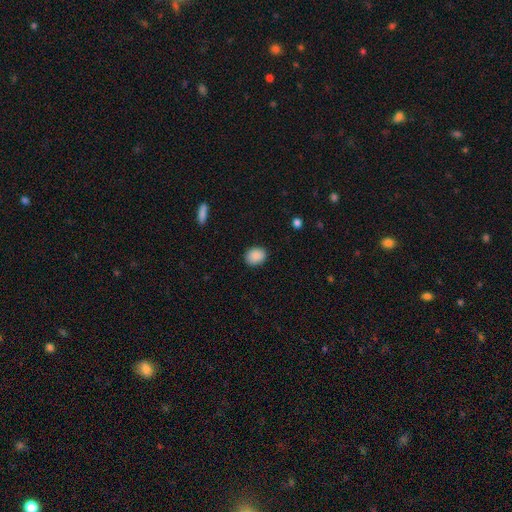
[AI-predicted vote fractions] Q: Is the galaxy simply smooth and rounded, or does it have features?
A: smooth — 89%.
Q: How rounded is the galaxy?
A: in between — 51%.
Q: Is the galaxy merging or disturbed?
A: none — 87%.